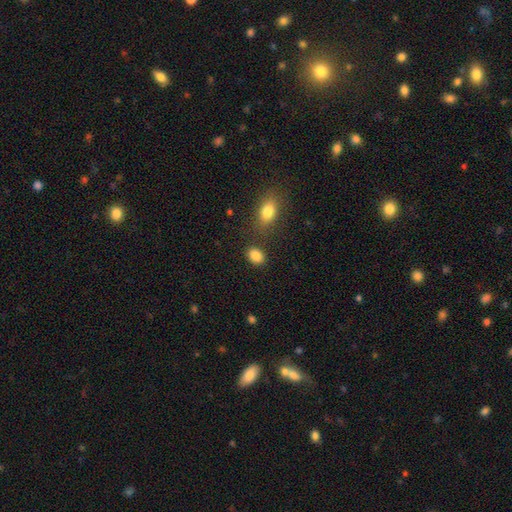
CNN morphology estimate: Smooth or featured?
  - smooth: 87% *
  - star or artifact: 9%
  - featured or disk: 4%
How rounded?
  - in between: 76% *
  - round: 22%
  - cigar-shaped: 1%
Merging?
  - none: 78% *
  - minor disturbance: 11%
  - merger: 7%
  - major disturbance: 4%